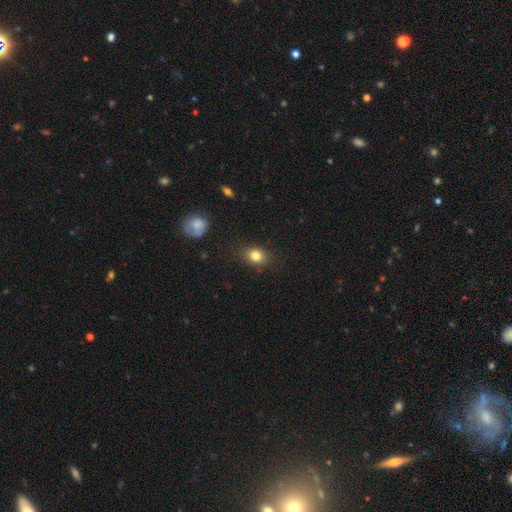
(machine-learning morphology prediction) Overall: smooth (81%). How rounded: in between (52%; round 47%). Merging: none (81%).